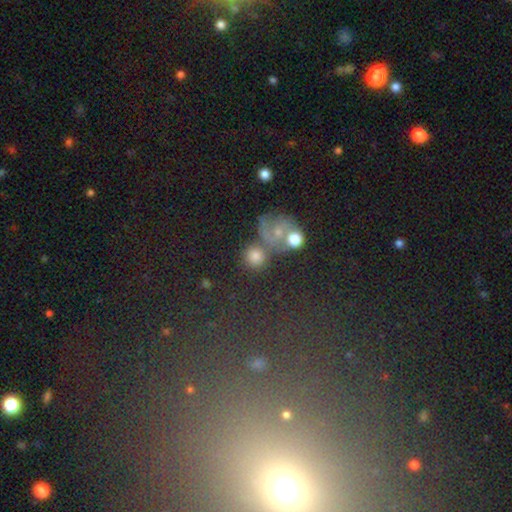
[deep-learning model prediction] A smooth galaxy with no disk features (41%).

Vote fractions:
- Smooth or featured? smooth: 41% / star or artifact: 32% / featured or disk: 27%
- Merging? none: 53% / merger: 23% / minor disturbance: 14% / major disturbance: 10%